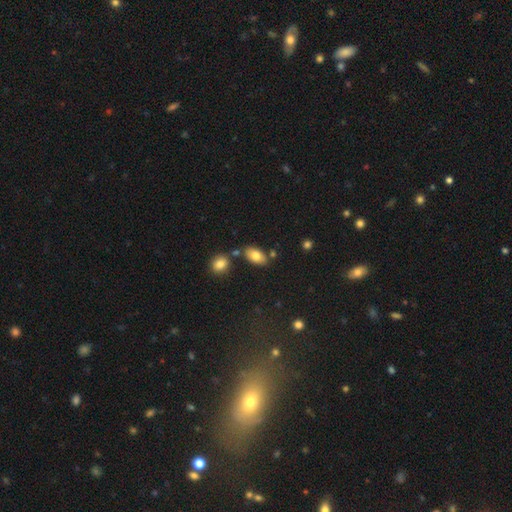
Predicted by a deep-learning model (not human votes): Smooth or featured? smooth (79%)
How rounded? in between (91%)
Merging? none (75%)